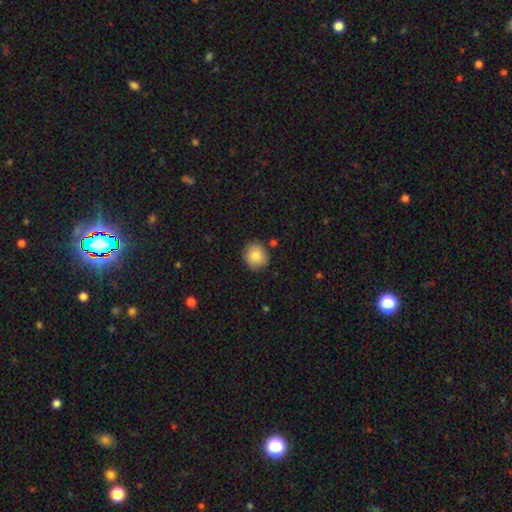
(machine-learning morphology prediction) The model was most divided on "how rounded": round: 83%, in between: 16%, cigar-shaped: 1%. More confident: smooth or featured — smooth (85%); merging — none (84%).